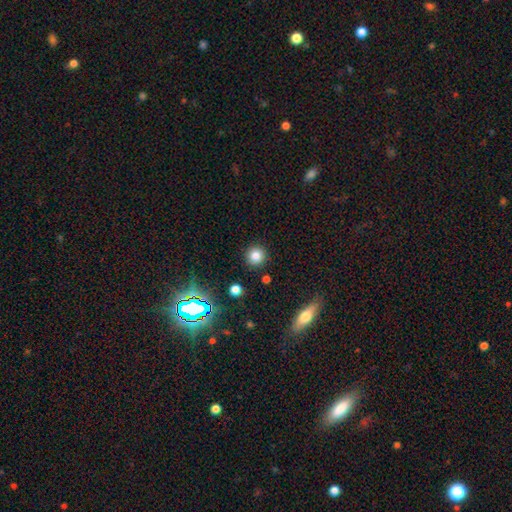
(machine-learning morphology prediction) Q: Smooth or featured?
A: smooth (80%); runner-up: star or artifact (14%)
Q: How rounded?
A: round (94%); runner-up: in between (5%)
Q: Merging?
A: none (90%); runner-up: minor disturbance (6%)